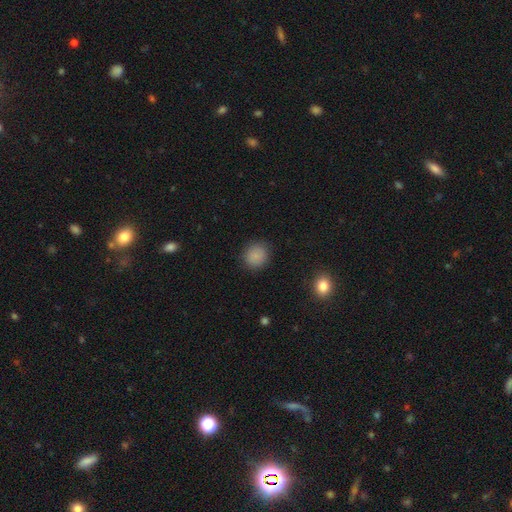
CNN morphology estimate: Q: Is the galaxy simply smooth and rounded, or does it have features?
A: smooth — 85%.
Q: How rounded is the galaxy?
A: round — 85%.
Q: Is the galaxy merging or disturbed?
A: none — 87%.